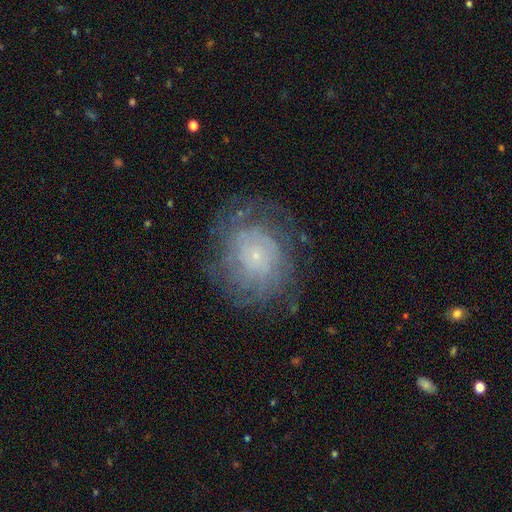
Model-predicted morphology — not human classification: Smooth or featured?
  - featured or disk: 71% *
  - smooth: 19%
  - star or artifact: 10%
Edge-on disk?
  - no: 97% *
  - yes: 3%
Bar?
  - no: 81% *
  - weak: 16%
  - strong: 3%
Spiral arms?
  - yes: 86% *
  - no: 14%
Spiral winding?
  - tight: 69% *
  - medium: 23%
  - loose: 8%
Spiral arm count?
  - can't tell: 52% *
  - 4: 11%
  - more than 4: 11%
  - 2: 10%
  - 3: 9%
  - 1: 6%
Bulge size?
  - small: 85% *
  - moderate: 9%
  - none: 4%
  - large: 2%
  - dominant: 1%
Merging?
  - none: 72% *
  - minor disturbance: 16%
  - major disturbance: 11%
  - merger: 1%